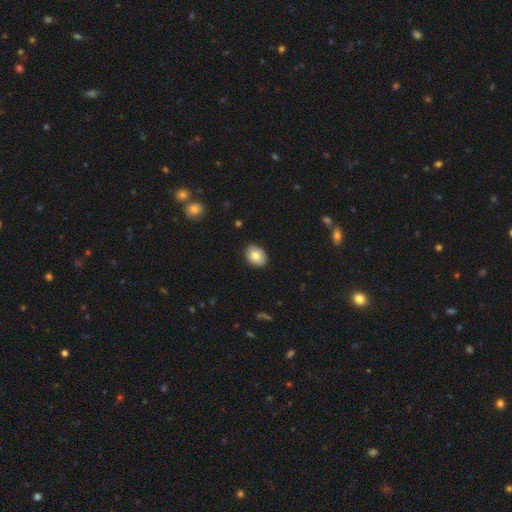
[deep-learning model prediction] smooth-or-featured: smooth: 82% | featured or disk: 10% | star or artifact: 7%
  how-rounded: in between: 68% | round: 31% | cigar-shaped: 1%
  merging: none: 88% | minor disturbance: 9% | major disturbance: 2% | merger: 1%